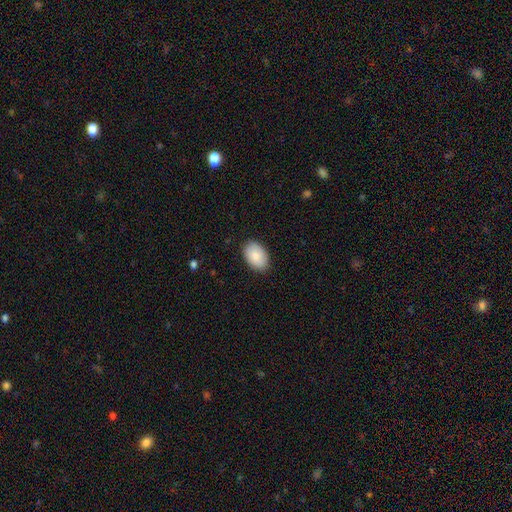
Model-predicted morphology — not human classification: A smooth galaxy with no disk features (85%) that is in between round and cigar-shaped (89%). Merging: none (86%).